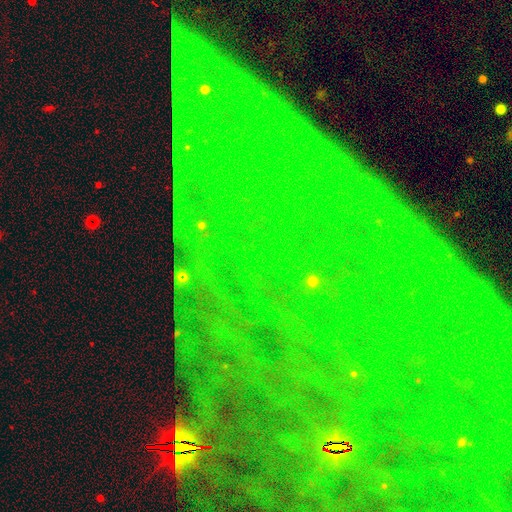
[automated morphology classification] smooth-or-featured: star or artifact: 85% | featured or disk: 9% | smooth: 7%